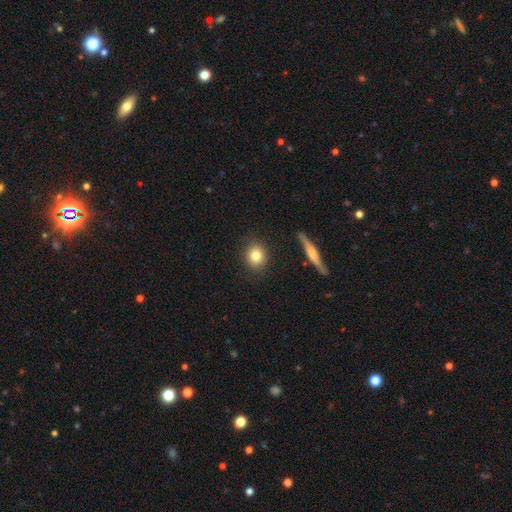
A smooth galaxy with no disk features (80%) that is round (62%). Merging: none (81%).